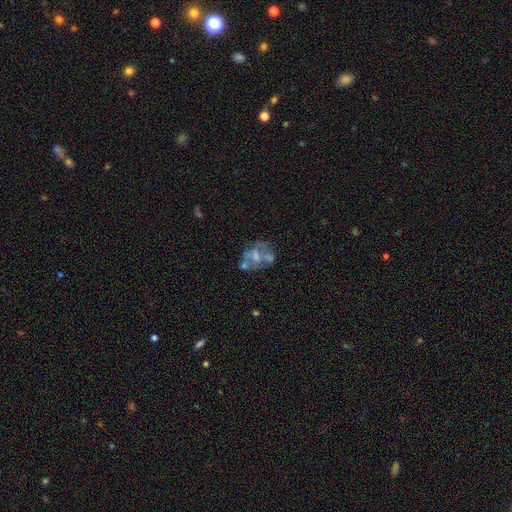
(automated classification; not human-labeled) A featured or disk galaxy (64%) with no bar (79%), no spiral arms (84%) and a moderate central bulge (33%, tied with none). Merging: none (46%).